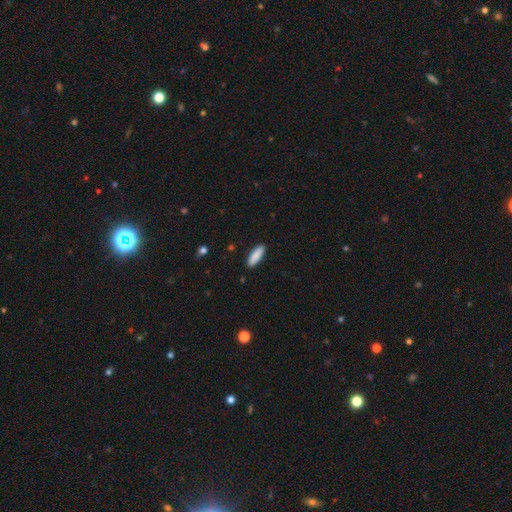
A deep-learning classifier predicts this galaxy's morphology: smooth 89%, star or artifact 6%, featured or disk 5%. Down the decision tree: how rounded — in between (52%); merging — none (90%).